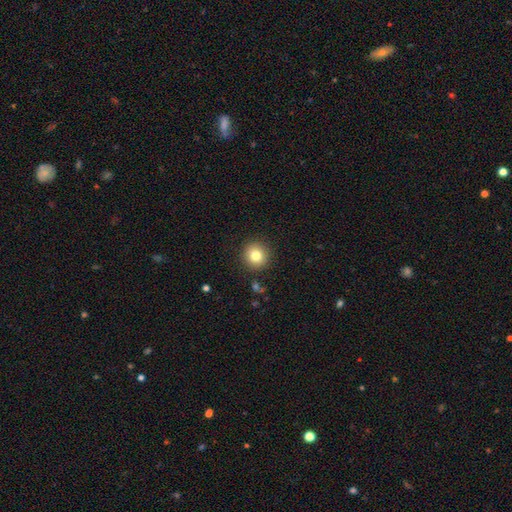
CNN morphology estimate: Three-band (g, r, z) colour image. It shows a smooth galaxy with no disk features (80%) that is round (94%). Merging: none (90%).